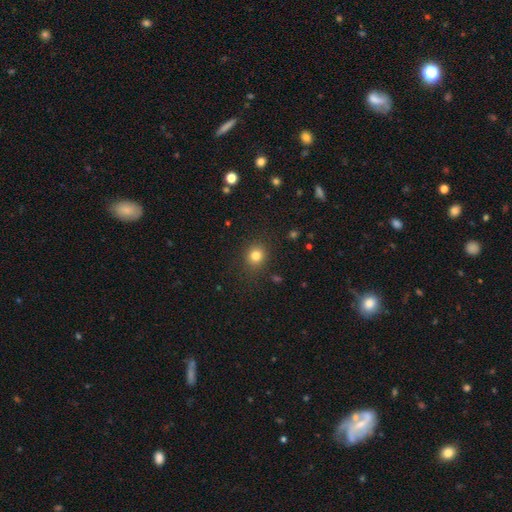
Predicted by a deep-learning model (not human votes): A smooth galaxy with no disk features (81%) that is round (81%). Merging: none (87%).